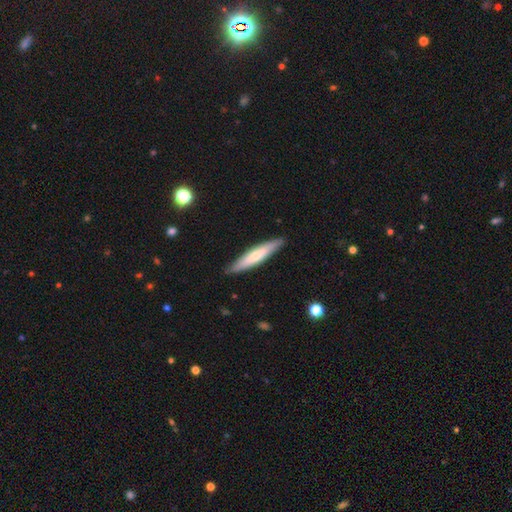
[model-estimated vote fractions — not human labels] This appears to be a smooth galaxy with no disk features (57%) that is cigar-shaped (88%). Merging: none (88%).